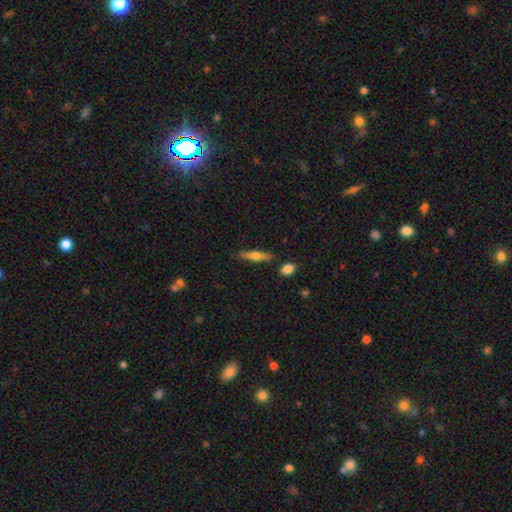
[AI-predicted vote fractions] Smooth or featured? smooth (49%)
Merging? none (82%)